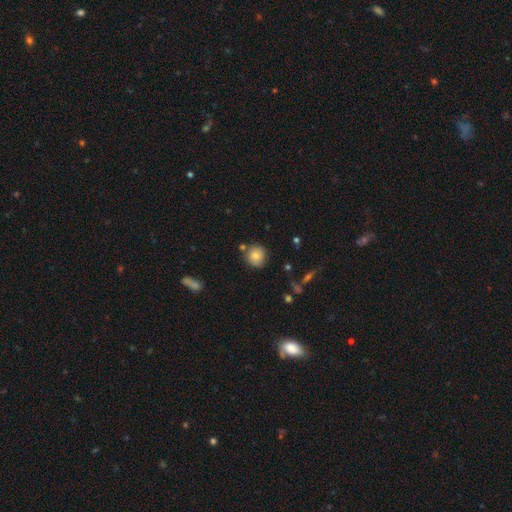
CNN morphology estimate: A smooth galaxy with no disk features (80%) that is round (90%). Merging: none (78%).